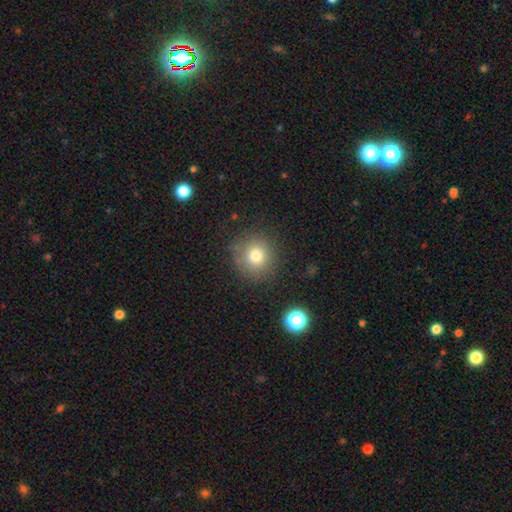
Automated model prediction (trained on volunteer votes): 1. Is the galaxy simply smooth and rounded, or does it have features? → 77% smooth, 14% star or artifact, 10% featured or disk.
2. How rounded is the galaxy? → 91% round, 8% in between, 1% cigar-shaped.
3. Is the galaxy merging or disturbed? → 83% none, 11% minor disturbance, 4% major disturbance, 2% merger.